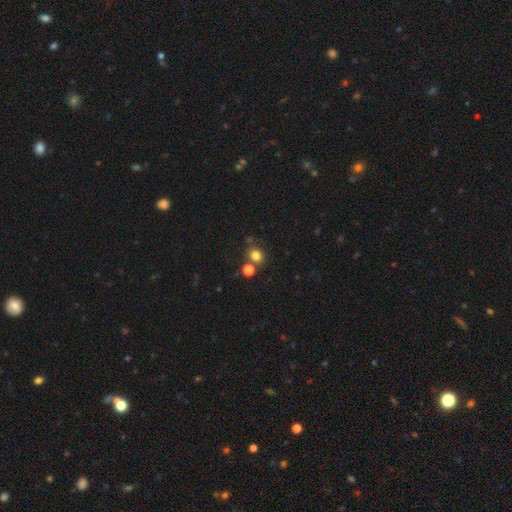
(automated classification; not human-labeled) This appears to be a smooth galaxy with no disk features (78%) that is round (73%). Merging: none (69%).